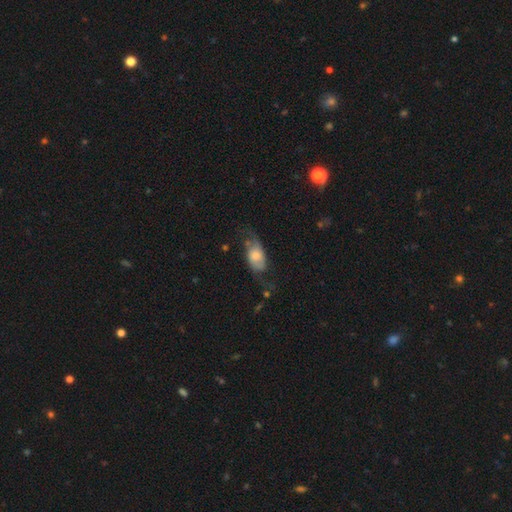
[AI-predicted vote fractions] A smooth galaxy with no disk features (54%) that is in between round and cigar-shaped (88%). Merging: none (43%).